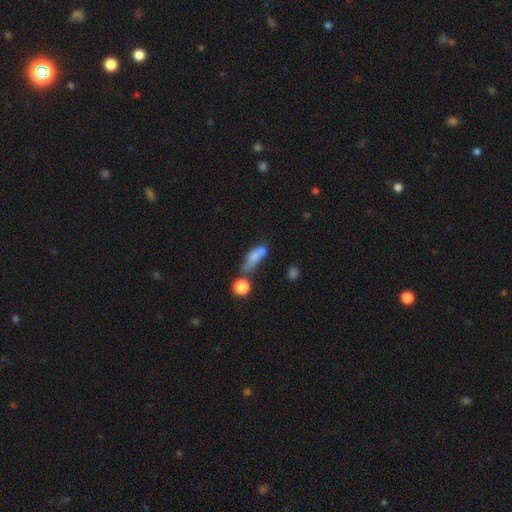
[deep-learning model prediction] Smooth or featured? smooth (70%)
How rounded? in between (50%)
Merging? none (34%)